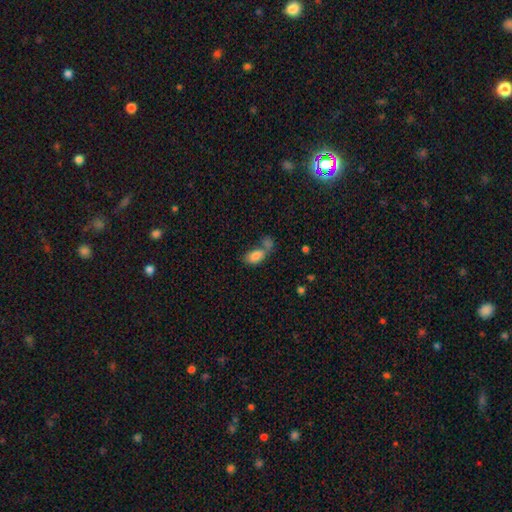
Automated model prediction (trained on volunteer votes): smooth_or_featured: smooth (p=0.82) [alt: featured or disk p=0.10]
how_rounded: in between (p=0.90) [alt: round p=0.08]
merging: merger (p=0.50) [alt: none p=0.30]